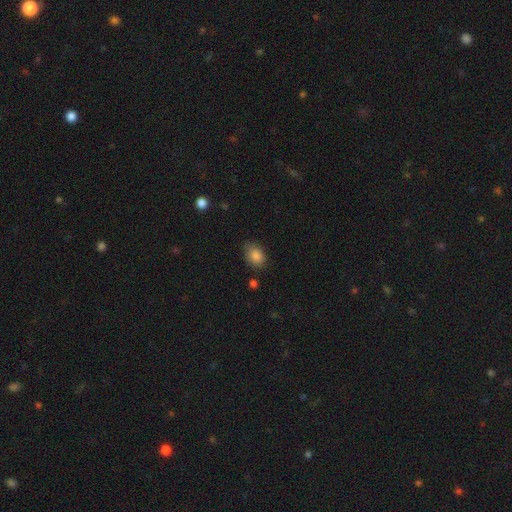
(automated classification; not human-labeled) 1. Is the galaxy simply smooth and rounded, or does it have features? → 86% smooth, 9% star or artifact, 5% featured or disk.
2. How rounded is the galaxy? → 74% in between, 25% round, 1% cigar-shaped.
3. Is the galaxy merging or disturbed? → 71% none, 23% minor disturbance, 5% major disturbance, 2% merger.